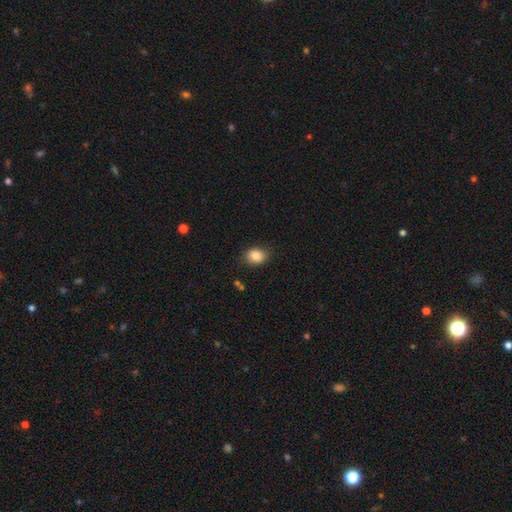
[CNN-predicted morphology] Smooth or featured? Predicted: smooth (p=0.84). How rounded? Predicted: in between (p=0.57). Merging? Predicted: none (p=0.82).